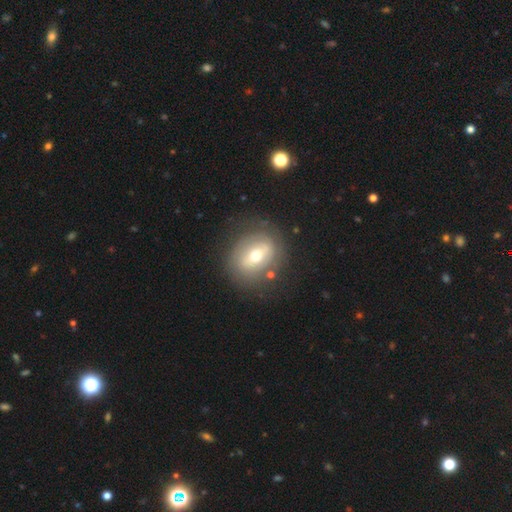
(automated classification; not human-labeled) Smooth or featured? featured or disk (52%)
Edge-on disk? no (89%)
Merging? none (76%)